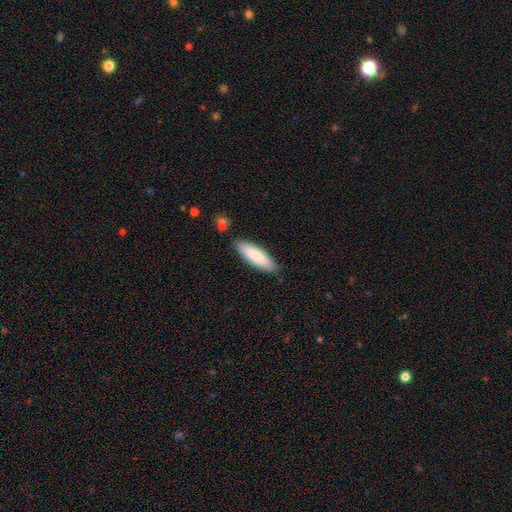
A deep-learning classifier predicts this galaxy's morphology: smooth_or_featured: smooth (p=0.82) [alt: featured or disk p=0.13]
how_rounded: cigar-shaped (p=0.52) [alt: in between p=0.46]
merging: none (p=0.86) [alt: minor disturbance p=0.10]